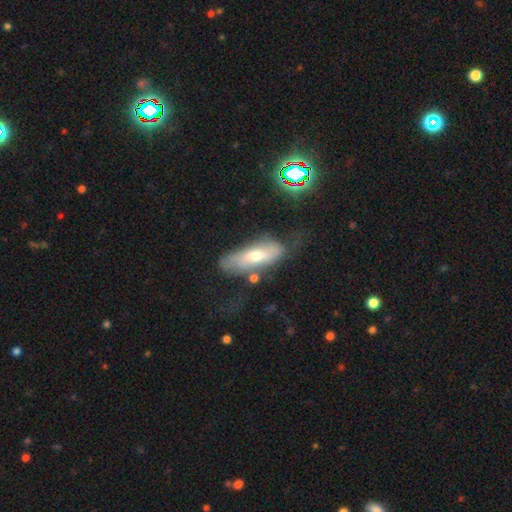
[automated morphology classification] A smooth galaxy with no disk features (51%) that is in between round and cigar-shaped (63%).

Vote fractions:
- Smooth or featured? smooth: 51% / featured or disk: 40% / star or artifact: 9%
- How rounded? in between: 63% / cigar-shaped: 34% / round: 3%
- Merging? none: 43% / minor disturbance: 28% / major disturbance: 21% / merger: 8%